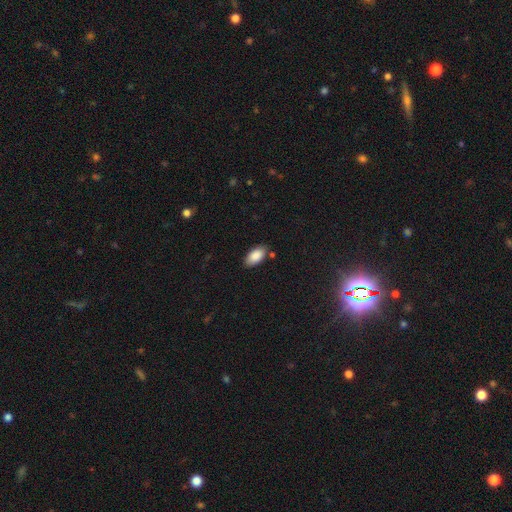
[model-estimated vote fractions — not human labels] smooth_or_featured: smooth (p=0.88) [alt: star or artifact p=0.07]
how_rounded: in between (p=0.94) [alt: cigar-shaped p=0.03]
merging: none (p=0.82) [alt: minor disturbance p=0.13]